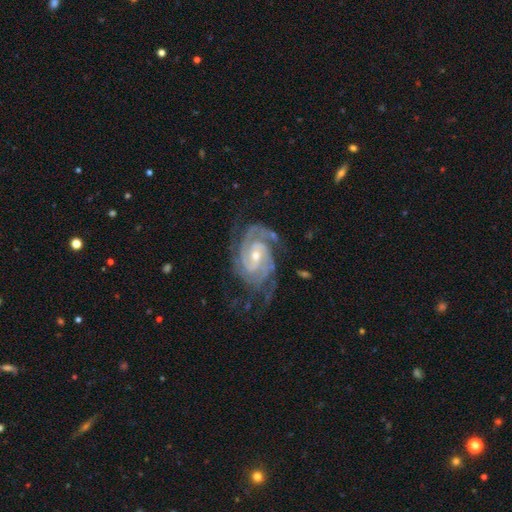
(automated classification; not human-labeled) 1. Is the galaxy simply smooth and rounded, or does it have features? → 93% featured or disk, 4% star or artifact, 3% smooth.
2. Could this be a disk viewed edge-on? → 98% no, 2% yes.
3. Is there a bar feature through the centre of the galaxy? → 42% weak (tied), 42% no (tied), 16% strong.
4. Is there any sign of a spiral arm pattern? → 98% yes, 2% no.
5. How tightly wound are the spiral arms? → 66% tight, 30% medium, 4% loose.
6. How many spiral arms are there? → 38% 2, 30% 3, 12% can't tell, 11% 4, 5% more than 4, 5% 1.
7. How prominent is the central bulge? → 50% small, 47% moderate, 1% large, 1% none, 1% dominant.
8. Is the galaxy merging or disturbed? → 65% none, 21% minor disturbance, 12% major disturbance, 2% merger.